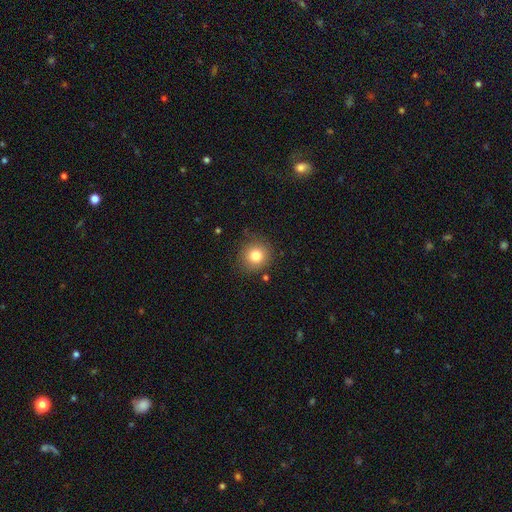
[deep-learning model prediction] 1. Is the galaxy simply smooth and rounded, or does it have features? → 81% smooth, 12% star or artifact, 8% featured or disk.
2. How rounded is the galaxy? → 90% round, 9% in between, 1% cigar-shaped.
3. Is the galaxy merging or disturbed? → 85% none, 9% minor disturbance, 3% major disturbance, 2% merger.